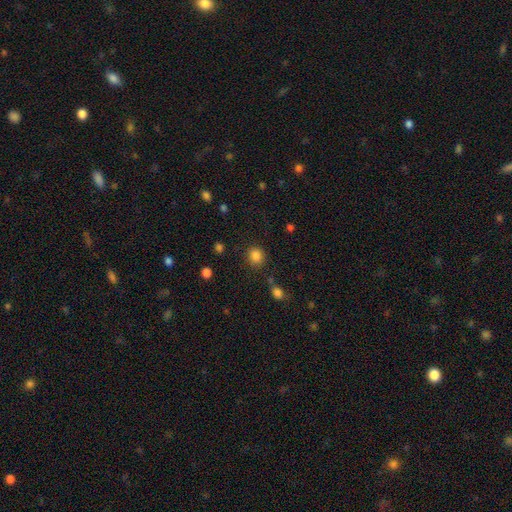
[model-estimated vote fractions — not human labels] A smooth galaxy with no disk features (85%) that is round (82%). Merging: none (85%).